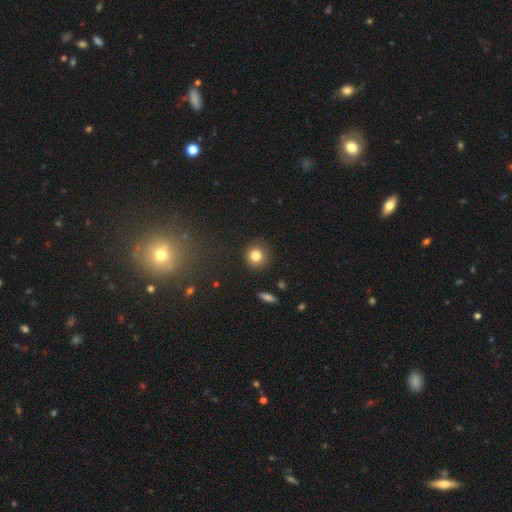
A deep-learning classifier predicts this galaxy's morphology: Smooth or featured? Predicted: smooth (p=0.82). How rounded? Predicted: round (p=0.92). Merging? Predicted: none (p=0.90).